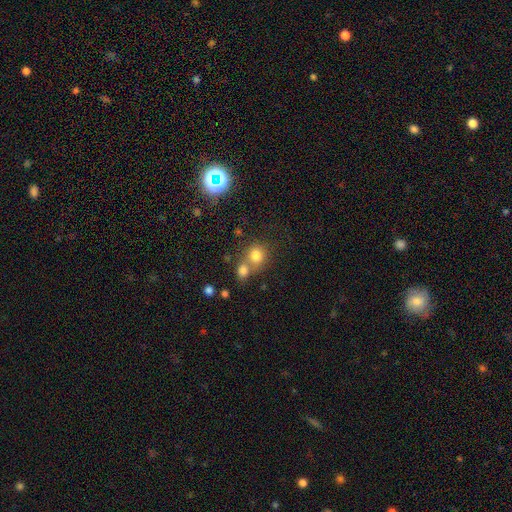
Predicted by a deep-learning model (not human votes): Overall: smooth (77%). How rounded: round (80%). Merging: none (47%; merger 41%).